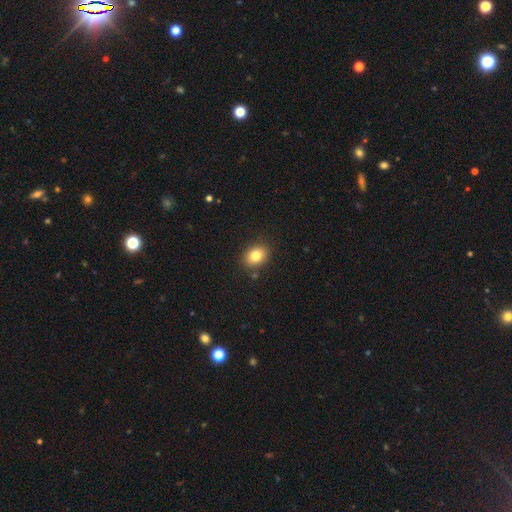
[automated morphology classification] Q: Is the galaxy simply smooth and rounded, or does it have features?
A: smooth — 82%.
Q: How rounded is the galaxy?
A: in between — 52%.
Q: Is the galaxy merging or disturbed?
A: none — 87%.